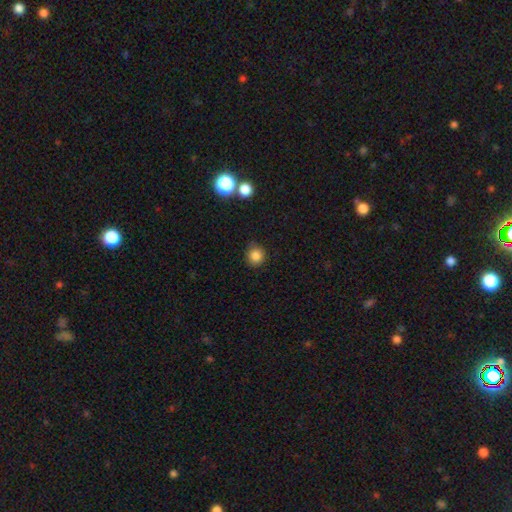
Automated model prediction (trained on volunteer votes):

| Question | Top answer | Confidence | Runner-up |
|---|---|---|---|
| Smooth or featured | smooth | 84% | star or artifact (12%) |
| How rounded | round | 89% | in between (10%) |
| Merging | none | 86% | minor disturbance (10%) |